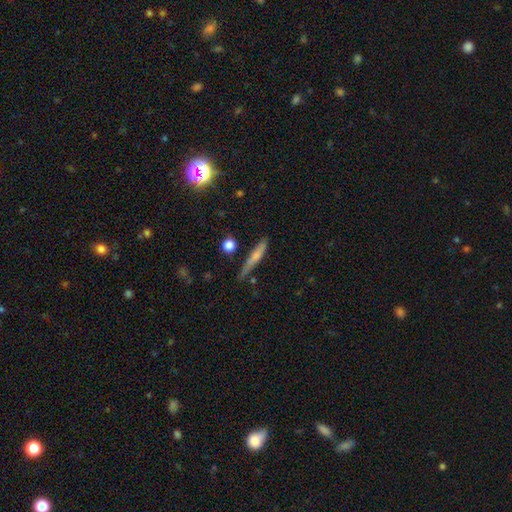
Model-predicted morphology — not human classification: Overall: smooth (58%; featured or disk 34%). How rounded: cigar-shaped (89%). Merging: none (70%).